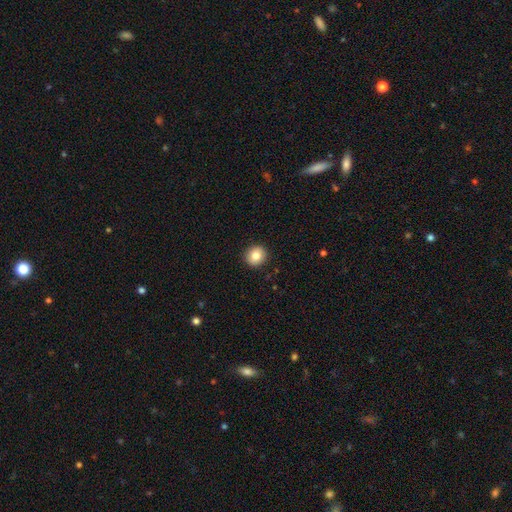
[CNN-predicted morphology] smooth 83%, star or artifact 9%, featured or disk 8%. Down the decision tree: how rounded — round (92%); merging — none (92%).